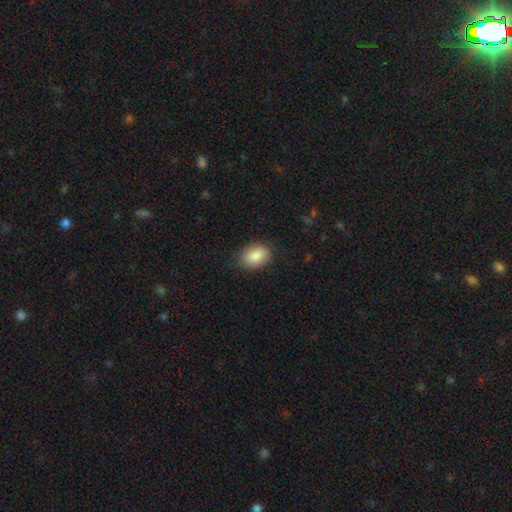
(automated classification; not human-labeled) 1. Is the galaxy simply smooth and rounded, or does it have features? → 86% smooth, 7% star or artifact, 7% featured or disk.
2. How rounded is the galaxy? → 84% in between, 15% round, 1% cigar-shaped.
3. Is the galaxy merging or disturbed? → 81% none, 15% minor disturbance, 3% major disturbance, 1% merger.